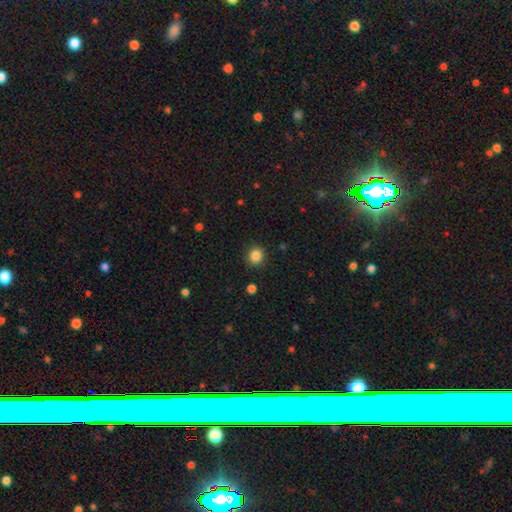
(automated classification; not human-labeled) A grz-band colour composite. It shows a smooth galaxy with no disk features (85%) that is round (85%). Merging: none (89%).